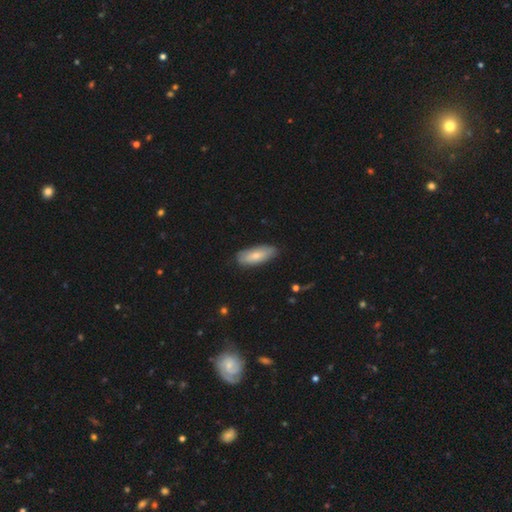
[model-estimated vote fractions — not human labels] A smooth galaxy with no disk features (74%) that is in between round and cigar-shaped (74%). Merging: none (79%).